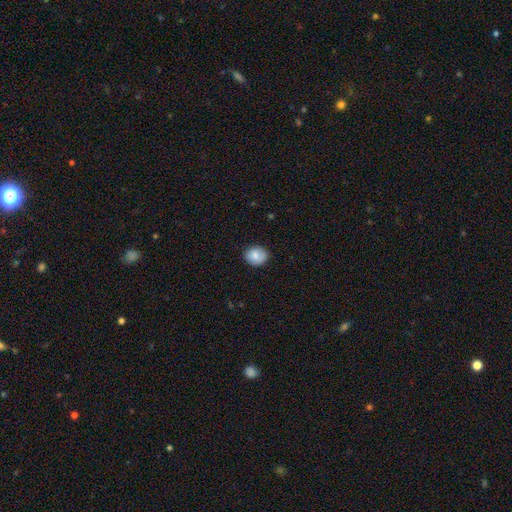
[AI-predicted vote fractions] Smooth or featured? smooth (82%)
How rounded? round (67%)
Merging? none (85%)